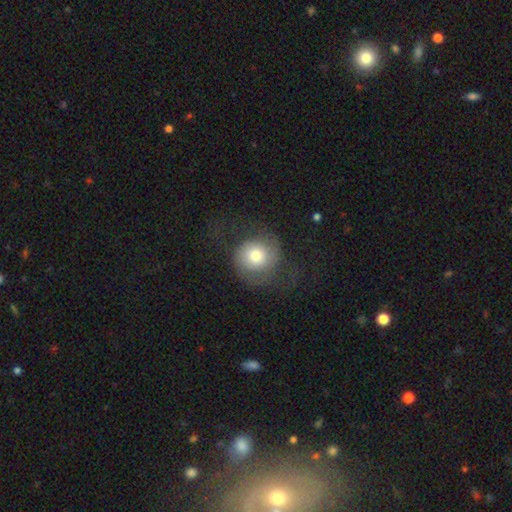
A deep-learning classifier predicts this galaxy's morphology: The model was most divided on "merging": none: 47%, major disturbance: 33%, minor disturbance: 18%, merger: 2%. More confident: how rounded — round (87%); smooth or featured — smooth (61%).